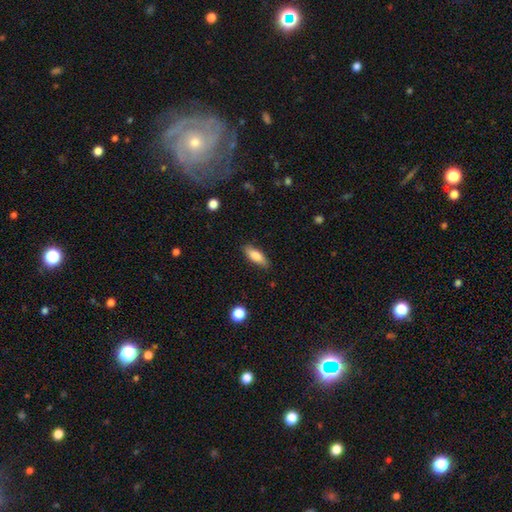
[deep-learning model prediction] A smooth galaxy with no disk features (81%) that is in between round and cigar-shaped (68%). Merging: none (83%).